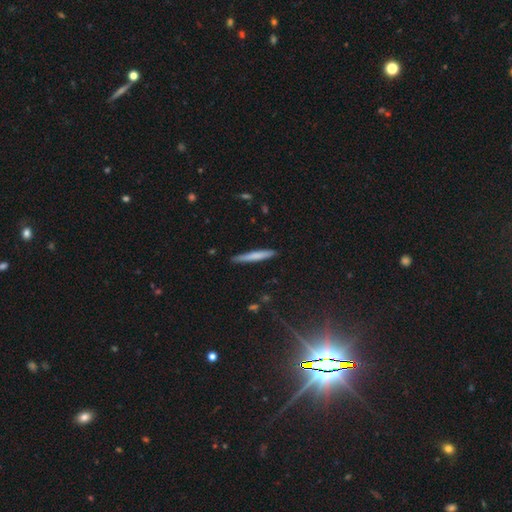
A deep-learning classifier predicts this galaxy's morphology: Smooth or featured?
  - smooth: 68% *
  - featured or disk: 26%
  - star or artifact: 6%
How rounded?
  - cigar-shaped: 95% *
  - in between: 3%
  - round: 1%
Merging?
  - none: 88% *
  - minor disturbance: 9%
  - major disturbance: 2%
  - merger: 1%